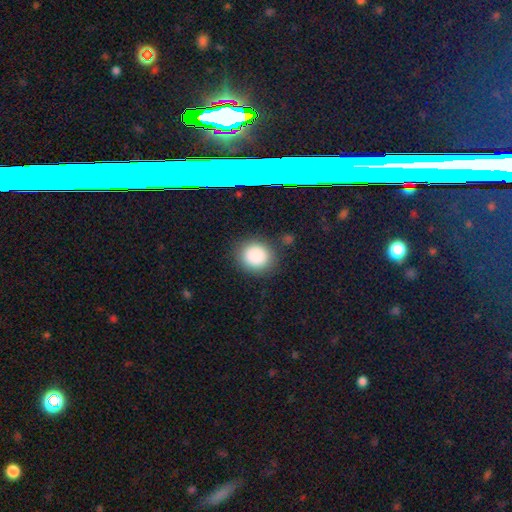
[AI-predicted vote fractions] smooth_or_featured: smooth (p=0.85) [alt: star or artifact p=0.11]
how_rounded: round (p=0.83) [alt: in between p=0.16]
merging: none (p=0.85) [alt: minor disturbance p=0.09]